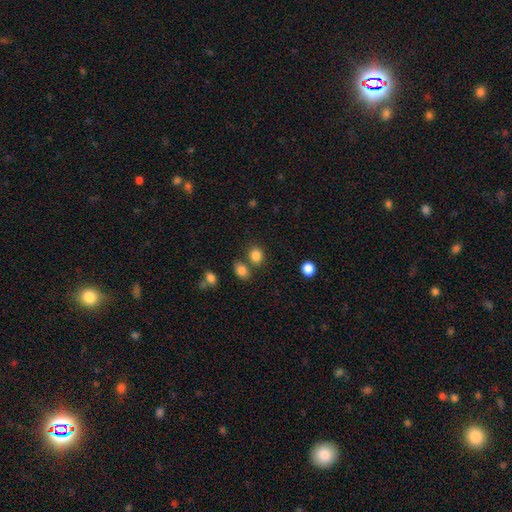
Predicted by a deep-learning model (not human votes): This is clearly a smooth galaxy (84%). How rounded: likely round (64%). Merging: likely none (69%).